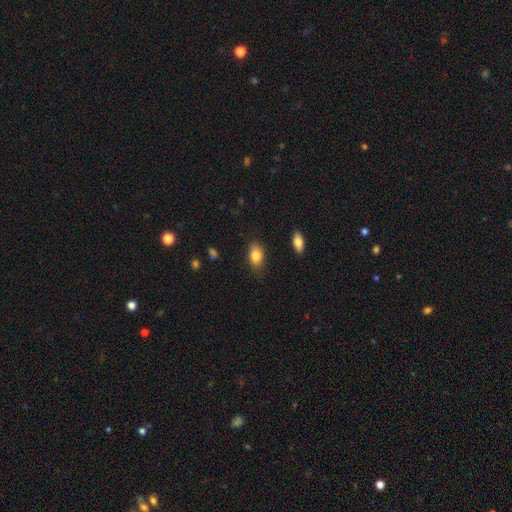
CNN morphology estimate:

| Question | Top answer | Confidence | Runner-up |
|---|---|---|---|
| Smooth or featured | smooth | 83% | featured or disk (9%) |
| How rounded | in between | 87% | round (11%) |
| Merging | none | 76% | minor disturbance (18%) |